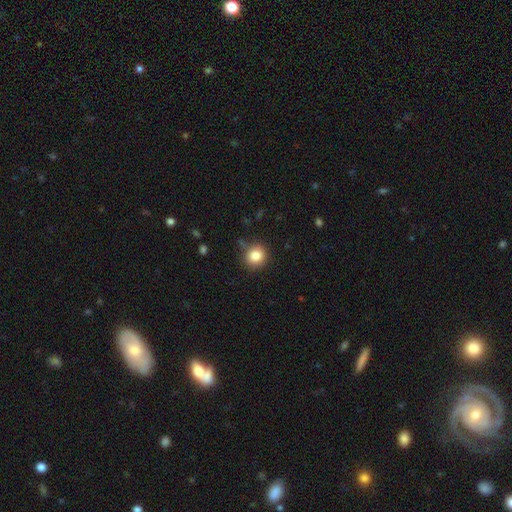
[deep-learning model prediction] smooth 83%, star or artifact 11%, featured or disk 6%. Down the decision tree: how rounded — round (86%); merging — none (80%).